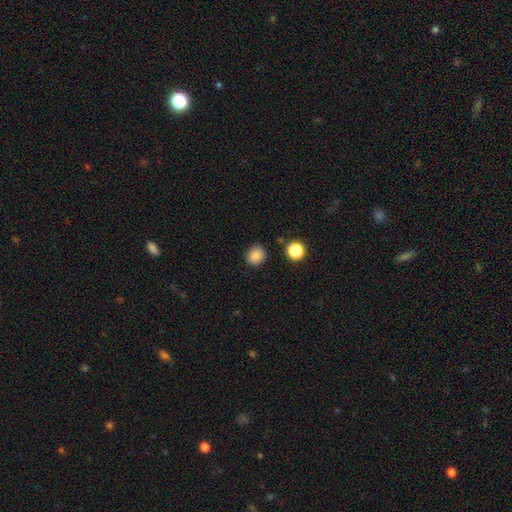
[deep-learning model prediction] A smooth galaxy with no disk features (86%) that is round (85%).

Vote fractions:
- Smooth or featured? smooth: 86% / star or artifact: 11% / featured or disk: 3%
- How rounded? round: 85% / in between: 14% / cigar-shaped: 1%
- Merging? none: 88% / minor disturbance: 8% / major disturbance: 2% / merger: 2%